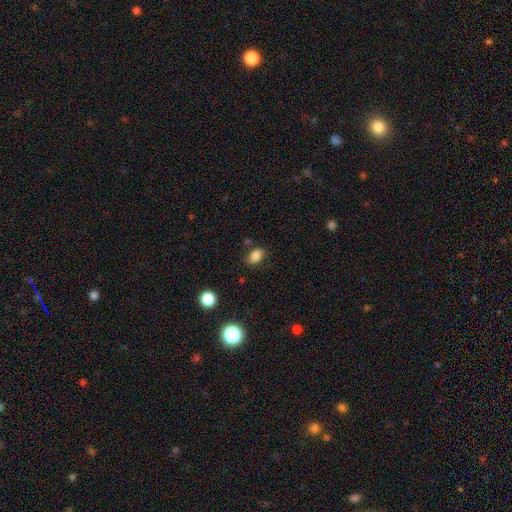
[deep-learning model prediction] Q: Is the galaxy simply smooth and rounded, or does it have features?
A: smooth — 84%.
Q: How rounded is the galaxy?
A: in between — 78%.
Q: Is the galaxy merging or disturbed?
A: none — 79%.